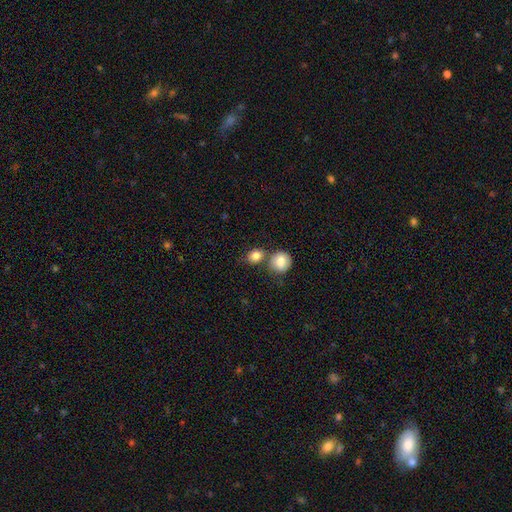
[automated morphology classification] This appears to be a smooth galaxy with no disk features (84%) that is round (56%). Merging: none (52%).